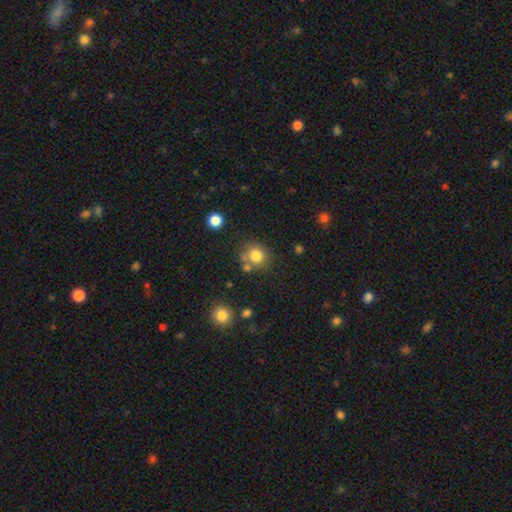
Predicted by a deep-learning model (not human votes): Smooth or featured?
  - smooth: 80% *
  - star or artifact: 12%
  - featured or disk: 7%
How rounded?
  - round: 85% *
  - in between: 14%
  - cigar-shaped: 1%
Merging?
  - none: 68% *
  - merger: 15%
  - minor disturbance: 12%
  - major disturbance: 4%